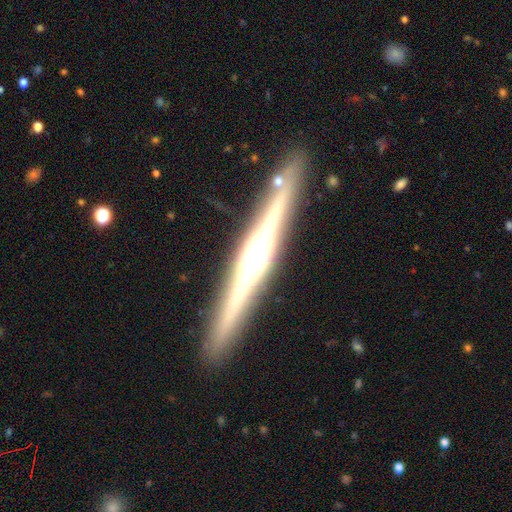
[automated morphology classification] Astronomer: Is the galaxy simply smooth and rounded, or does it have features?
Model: featured or disk — 84%.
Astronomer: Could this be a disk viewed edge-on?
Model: yes — 98%.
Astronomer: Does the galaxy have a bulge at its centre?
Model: rounded — 58%.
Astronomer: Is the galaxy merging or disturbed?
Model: none — 90%.